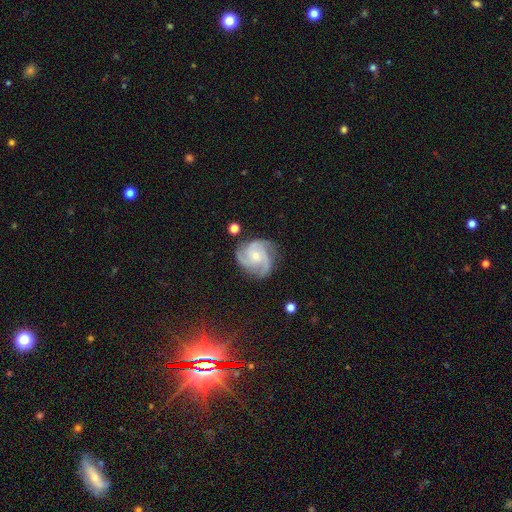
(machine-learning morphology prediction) smooth_or_featured: featured or disk (p=0.88) [alt: smooth p=0.07]
disk_edge_on: no (p=0.98) [alt: yes p=0.02]
bar: no (p=0.74) [alt: weak p=0.22]
has_spiral_arms: yes (p=0.98) [alt: no p=0.02]
spiral_winding: medium (p=0.50) [alt: tight p=0.41]
spiral_arm_count: 3 (p=0.68) [alt: 4 p=0.15]
bulge_size: small (p=0.68) [alt: moderate p=0.28]
merging: none (p=0.77) [alt: minor disturbance p=0.16]